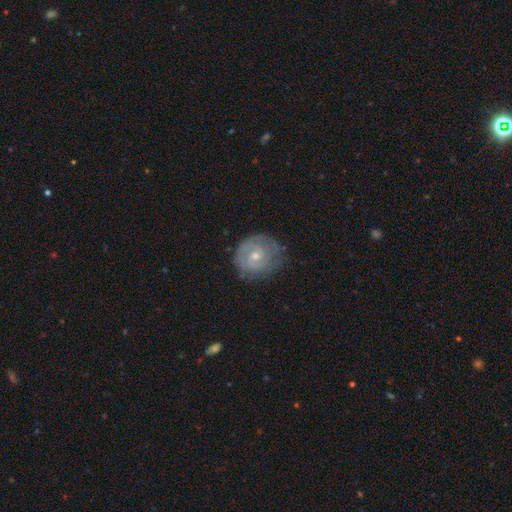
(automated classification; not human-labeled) This appears to be a featured or disk galaxy (68%) with no bar (70%), tight (71%) spiral arms (82%) and a small central bulge (55%). Merging: none (73%).